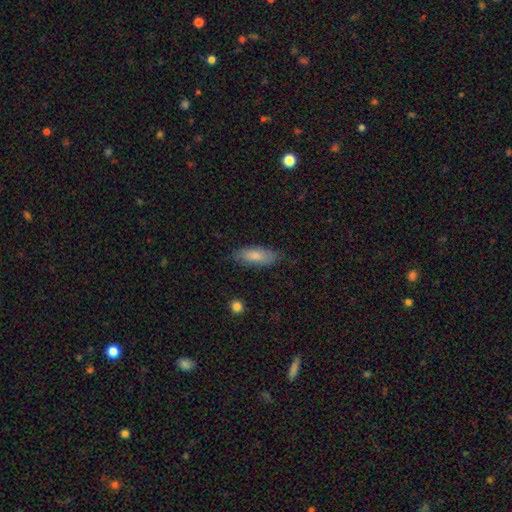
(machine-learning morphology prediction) Overall: smooth (81%). How rounded: in between (71%). Merging: none (78%).